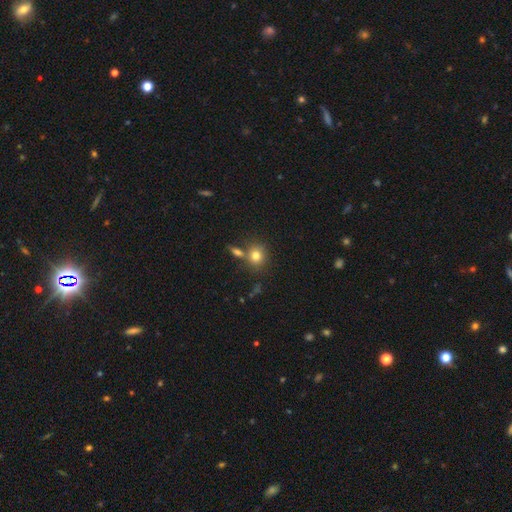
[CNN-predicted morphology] This appears to be a smooth galaxy with no disk features (78%) that is round (77%). Merging: none (62%).